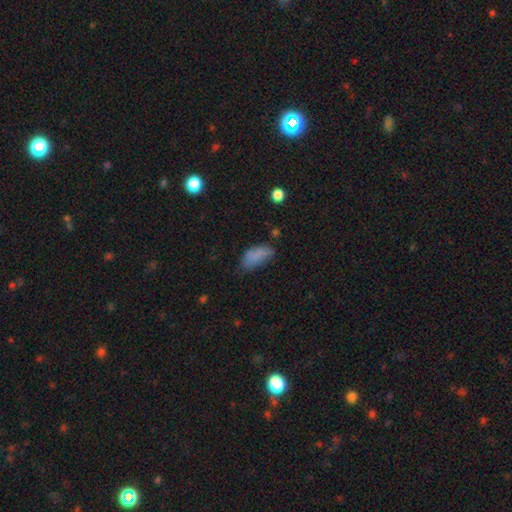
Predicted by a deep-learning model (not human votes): smooth_or_featured: smooth (p=0.78) [alt: featured or disk p=0.12]
how_rounded: in between (p=0.88) [alt: cigar-shaped p=0.09]
merging: none (p=0.48) [alt: minor disturbance p=0.34]